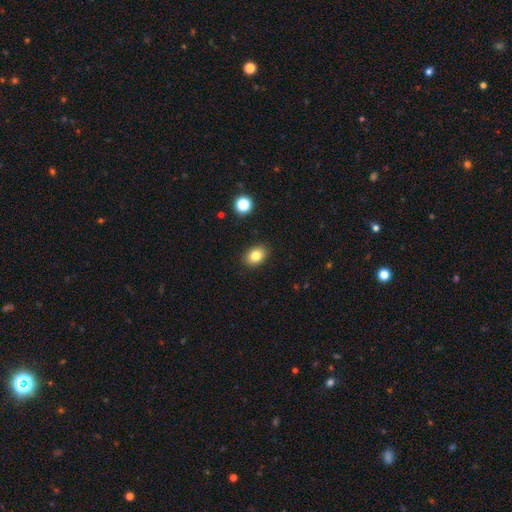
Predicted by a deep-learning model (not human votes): Overall: smooth (83%). How rounded: in between (72%). Merging: none (89%).